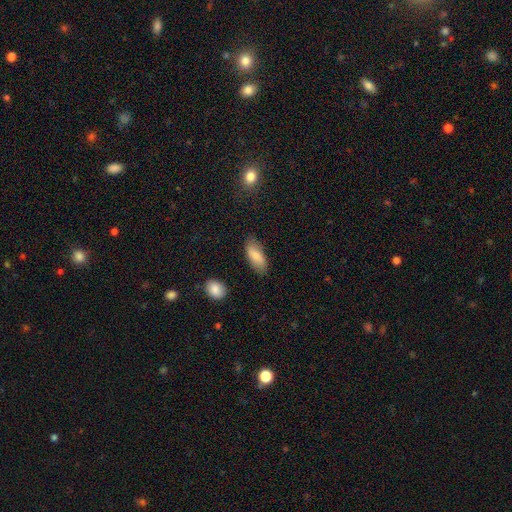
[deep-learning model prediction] Smooth or featured?
  - smooth: 77% *
  - featured or disk: 16%
  - star or artifact: 7%
How rounded?
  - in between: 83% *
  - cigar-shaped: 14%
  - round: 2%
Merging?
  - none: 79% *
  - minor disturbance: 16%
  - major disturbance: 3%
  - merger: 2%